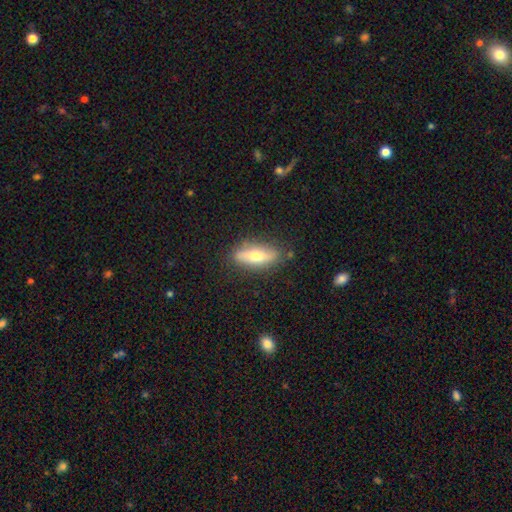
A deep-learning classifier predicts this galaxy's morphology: smooth_or_featured: smooth (p=0.51) [alt: featured or disk p=0.42]
how_rounded: in between (p=0.57) [alt: cigar-shaped p=0.40]
merging: none (p=0.82) [alt: minor disturbance p=0.13]